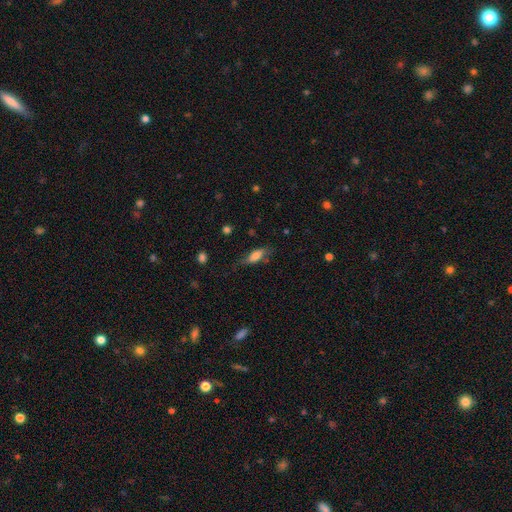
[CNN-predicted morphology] smooth_or_featured: smooth (p=0.71) [alt: featured or disk p=0.20]
how_rounded: in between (p=0.69) [alt: cigar-shaped p=0.28]
merging: none (p=0.62) [alt: minor disturbance p=0.26]